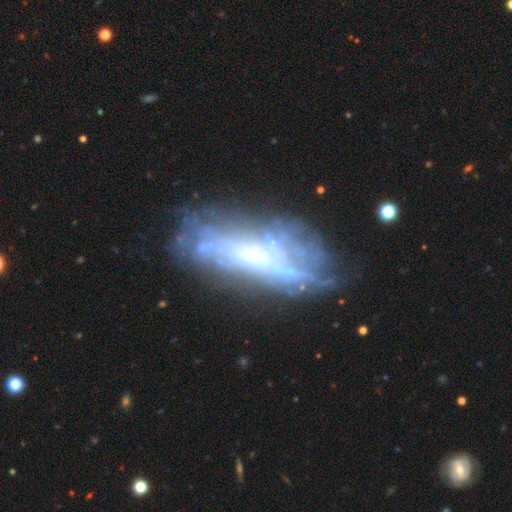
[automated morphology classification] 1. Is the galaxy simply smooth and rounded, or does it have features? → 70% featured or disk, 20% smooth, 11% star or artifact.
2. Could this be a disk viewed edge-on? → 82% no, 18% yes.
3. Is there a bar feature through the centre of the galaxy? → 69% no, 21% weak, 10% strong.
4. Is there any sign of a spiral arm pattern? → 51% yes, 49% no.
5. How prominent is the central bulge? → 40% none, 26% small, 23% moderate, 9% large, 2% dominant.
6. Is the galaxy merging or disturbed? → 58% none, 21% minor disturbance, 16% major disturbance, 5% merger.